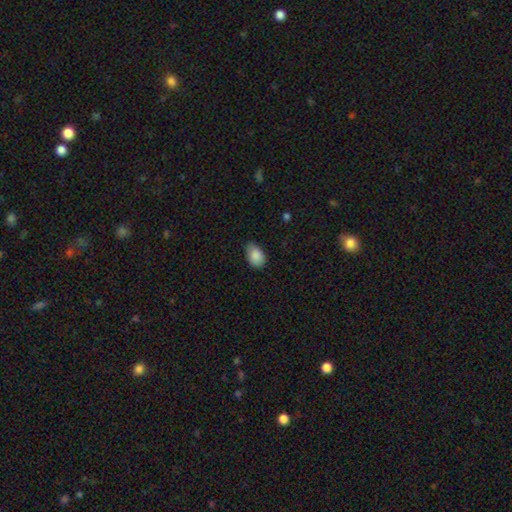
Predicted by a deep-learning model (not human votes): This appears to be a smooth galaxy with no disk features (87%) that is in between round and cigar-shaped (84%). Merging: none (61%).